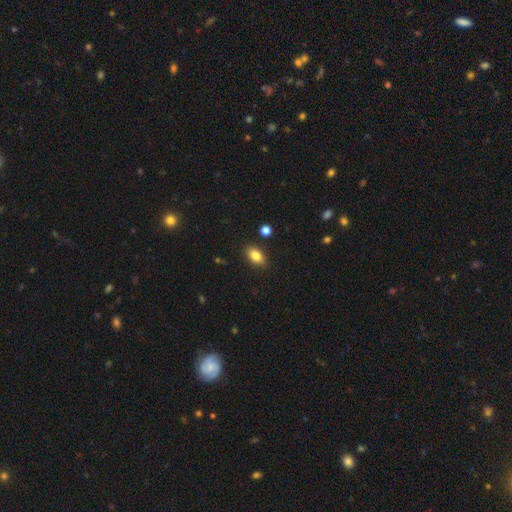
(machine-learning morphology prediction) smooth-or-featured: smooth: 83% | star or artifact: 9% | featured or disk: 8%
  how-rounded: in between: 87% | round: 10% | cigar-shaped: 3%
  merging: none: 87% | minor disturbance: 9% | major disturbance: 2% | merger: 2%